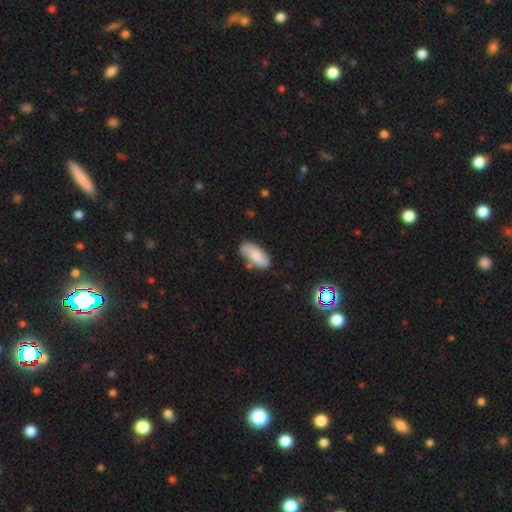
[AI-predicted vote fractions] Morphology: type=smooth (75%); roundness=in between (85%); merging=none (73%).